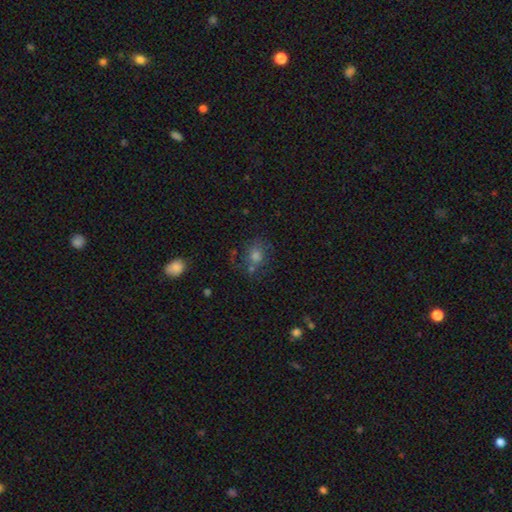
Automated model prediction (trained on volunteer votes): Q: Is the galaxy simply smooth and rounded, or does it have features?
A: smooth — 64%.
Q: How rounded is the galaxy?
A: round — 65%.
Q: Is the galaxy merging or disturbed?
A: none — 60%.